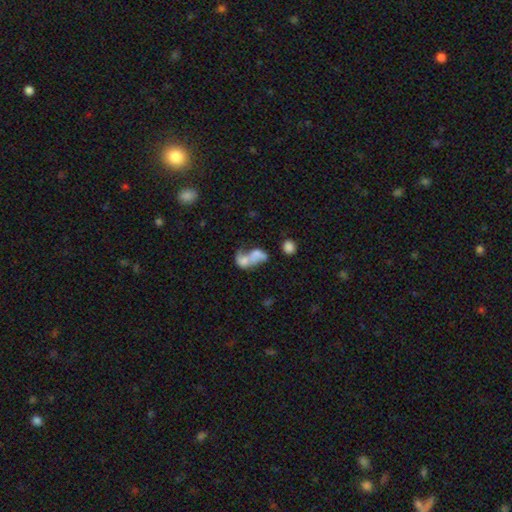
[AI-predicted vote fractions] The model was most divided on "smooth or featured": smooth: 52%, featured or disk: 37%, star or artifact: 11%. More confident: how rounded — in between (77%); merging — merger (67%).